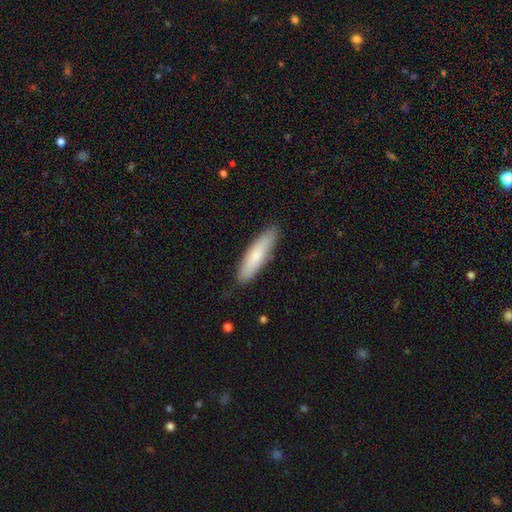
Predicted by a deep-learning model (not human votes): Overall: smooth (76%). How rounded: cigar-shaped (78%). Merging: none (87%).